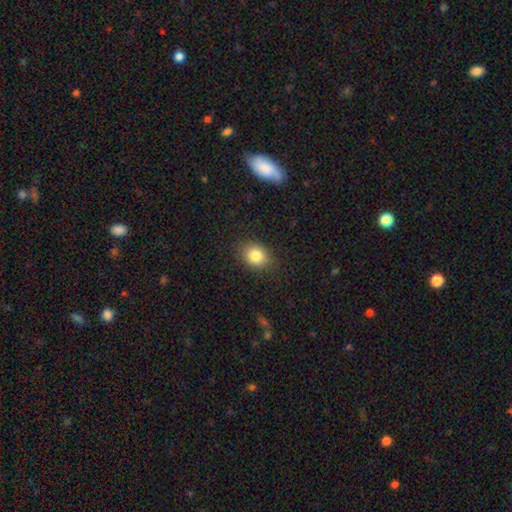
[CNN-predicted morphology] Smooth or featured? smooth (82%)
How rounded? round (54%)
Merging? none (87%)